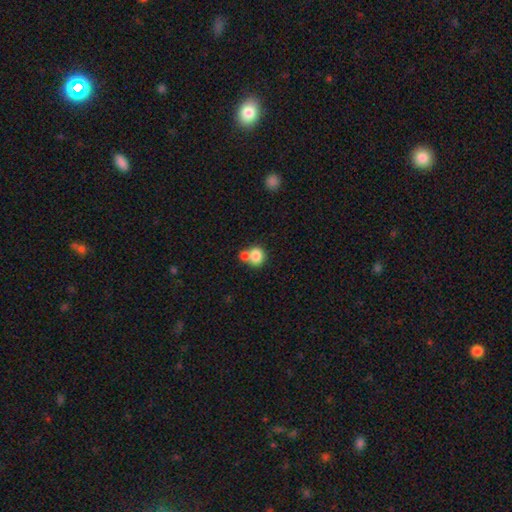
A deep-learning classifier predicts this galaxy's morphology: smooth 82%, star or artifact 9%, featured or disk 9%. Down the decision tree: how rounded — round (81%); merging — none (48%).